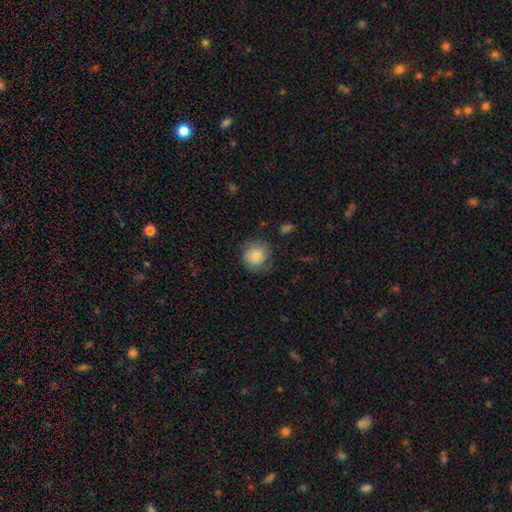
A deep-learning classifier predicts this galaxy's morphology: This appears to be a smooth galaxy with no disk features (68%) that is round (85%). Merging: none (61%).